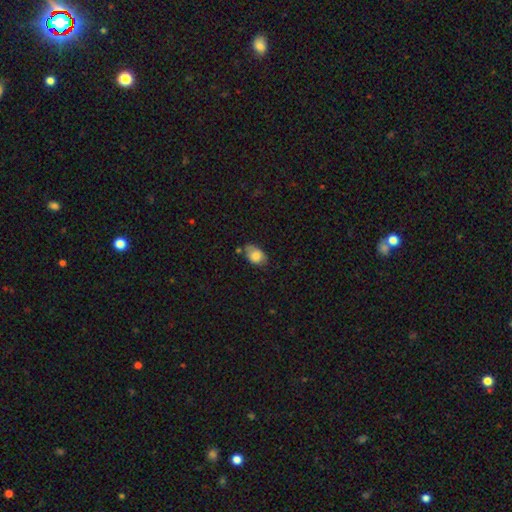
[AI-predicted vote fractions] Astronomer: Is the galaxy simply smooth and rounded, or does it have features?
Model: smooth — 80%.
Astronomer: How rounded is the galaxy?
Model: in between — 84%.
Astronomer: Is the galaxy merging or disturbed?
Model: none — 57%.